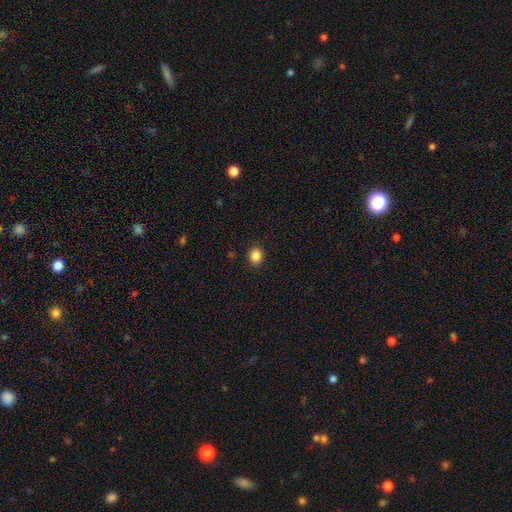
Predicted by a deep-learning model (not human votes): Morphology: type=smooth (86%); roundness=round (80%); merging=none (91%).